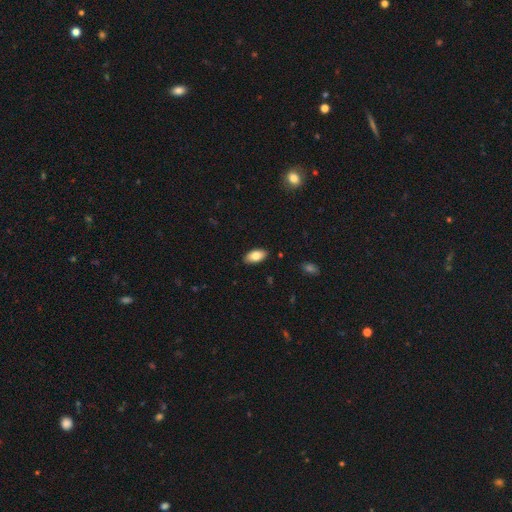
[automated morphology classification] Smooth or featured: smooth — 80% (featured or disk — 13%)
How rounded: in between — 93% (cigar-shaped — 4%)
Merging: none — 88% (minor disturbance — 9%)